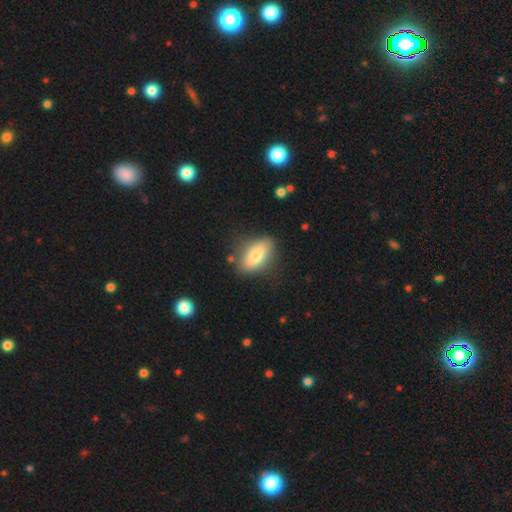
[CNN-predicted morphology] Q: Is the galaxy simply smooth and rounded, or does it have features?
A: smooth — 68%.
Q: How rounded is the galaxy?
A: in between — 83%.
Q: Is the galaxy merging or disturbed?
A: none — 76%.